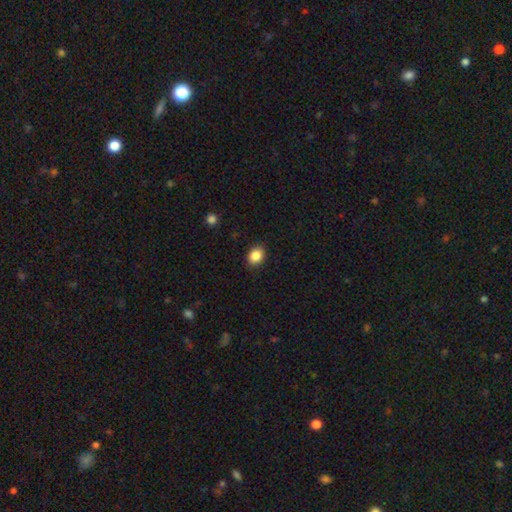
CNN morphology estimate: This is clearly a smooth galaxy (87%). How rounded: possibly in between (55%). Merging: clearly none (89%).